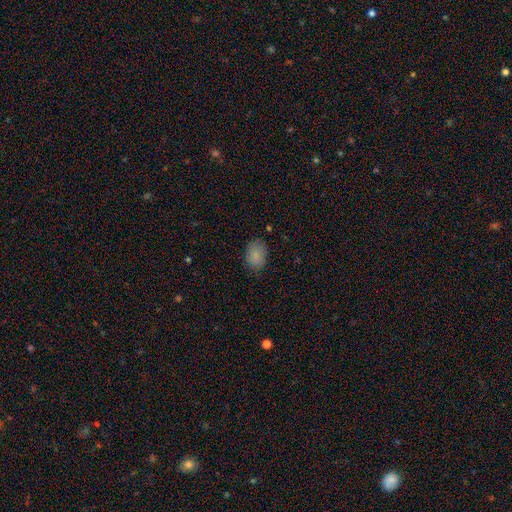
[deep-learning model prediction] This appears to be a smooth galaxy with no disk features (87%) that is in between round and cigar-shaped (82%). Merging: none (80%).